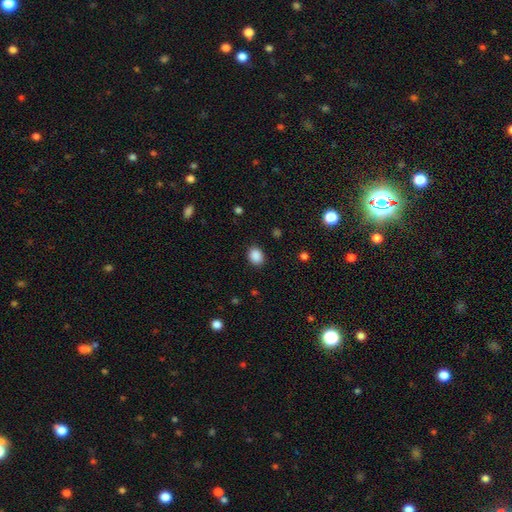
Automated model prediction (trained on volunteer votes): A smooth galaxy with no disk features (88%) that is round (52%).

Vote fractions:
- Smooth or featured? smooth: 88% / star or artifact: 9% / featured or disk: 3%
- How rounded? round: 52% / in between: 48% / cigar-shaped: 1%
- Merging? none: 88% / minor disturbance: 8% / major disturbance: 3% / merger: 1%